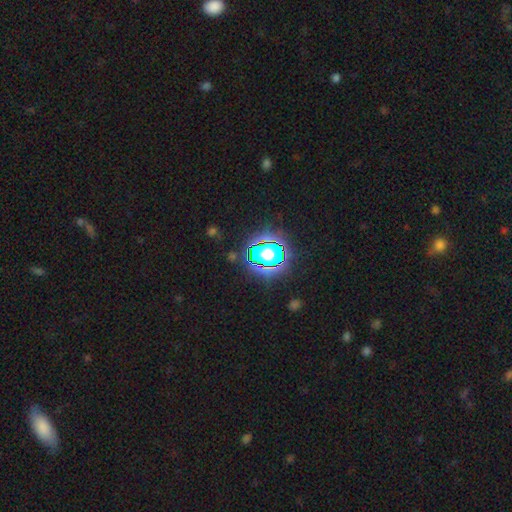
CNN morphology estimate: Smooth or featured?
  - star or artifact: 73% *
  - smooth: 18%
  - featured or disk: 10%